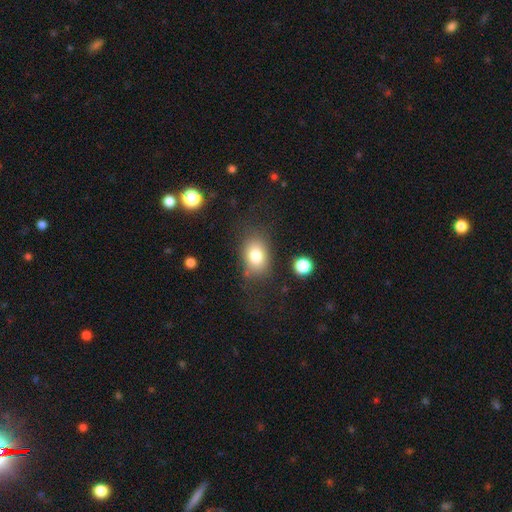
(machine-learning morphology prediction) smooth 79%, featured or disk 11%, star or artifact 10%. Down the decision tree: how rounded — in between (75%); merging — none (71%).